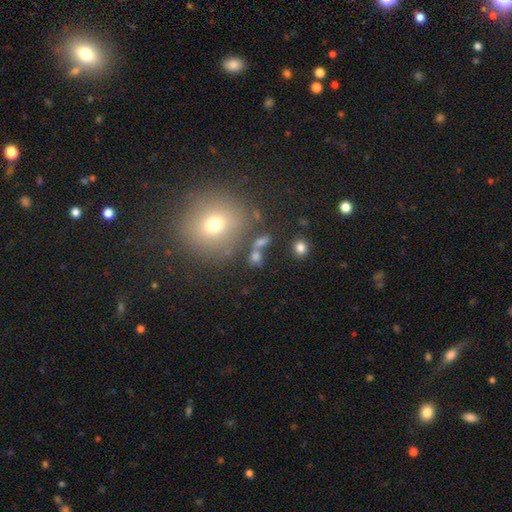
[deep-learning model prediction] smooth 67%, star or artifact 21%, featured or disk 12%. Down the decision tree: how rounded — round (59%); merging — none (62%).